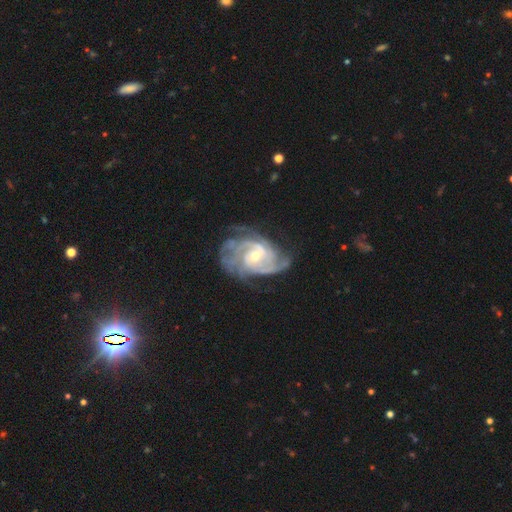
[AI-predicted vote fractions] A featured or disk galaxy (90%) with no bar (49%), 3 (26%) tight (52%) spiral arms (97%) and a small central bulge (48%, tied with moderate).

Vote fractions:
- Smooth or featured? featured or disk: 90% / star or artifact: 5% / smooth: 5%
- Edge-on disk? no: 97% / yes: 3%
- Bar? no: 49% / weak: 39% / strong: 11%
- Spiral arms? yes: 97% / no: 3%
- Spiral winding? tight: 52% / medium: 38% / loose: 10%
- Spiral arm count? 3: 26% / can't tell: 24% / 2: 23% / 4: 15% / more than 4: 6% / 1: 6%
- Bulge size? small: 48% (tied) / moderate: 48% (tied) / large: 2% / none: 1% / dominant: 1%
- Merging? none: 62% / minor disturbance: 22% / major disturbance: 14% / merger: 2%